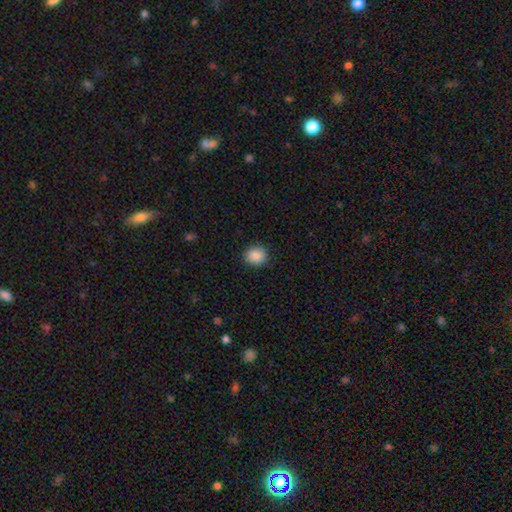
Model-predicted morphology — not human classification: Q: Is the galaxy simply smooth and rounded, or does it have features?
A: smooth — 88%.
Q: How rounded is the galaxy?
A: round — 77%.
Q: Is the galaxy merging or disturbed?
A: none — 89%.